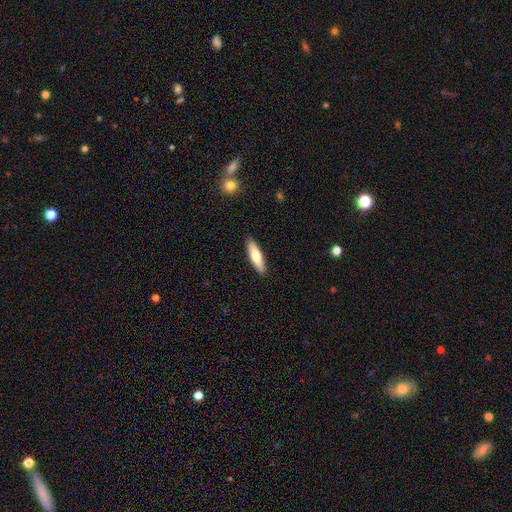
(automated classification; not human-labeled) smooth_or_featured: smooth (p=0.69) [alt: featured or disk p=0.26]
how_rounded: cigar-shaped (p=0.69) [alt: in between p=0.30]
merging: none (p=0.89) [alt: minor disturbance p=0.08]